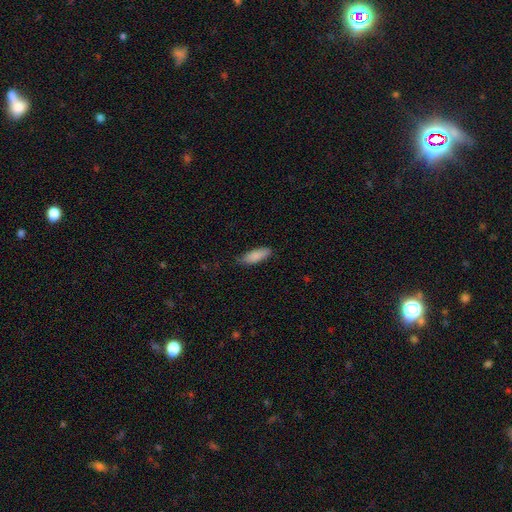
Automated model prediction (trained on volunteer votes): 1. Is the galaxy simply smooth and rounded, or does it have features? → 88% smooth, 6% featured or disk, 6% star or artifact.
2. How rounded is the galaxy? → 67% in between, 31% cigar-shaped, 2% round.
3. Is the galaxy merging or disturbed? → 78% none, 18% minor disturbance, 3% major disturbance, 1% merger.